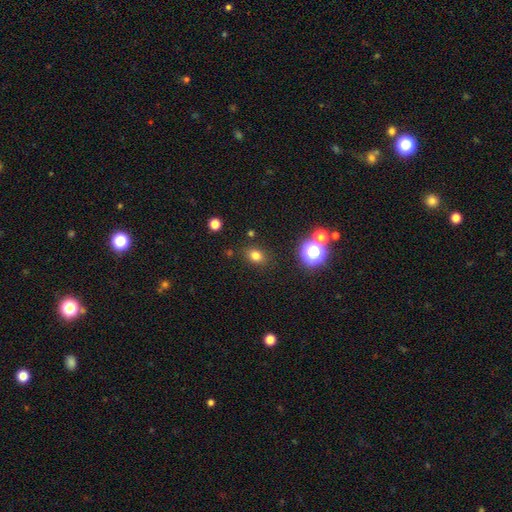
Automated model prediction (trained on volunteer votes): smooth_or_featured: smooth (p=0.76) [alt: star or artifact p=0.17]
how_rounded: in between (p=0.57) [alt: round p=0.41]
merging: none (p=0.85) [alt: minor disturbance p=0.09]